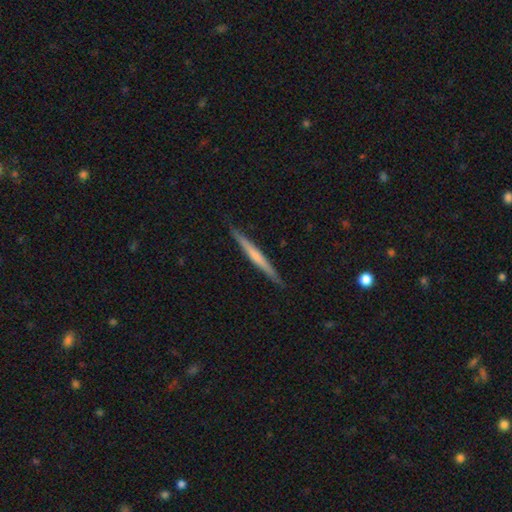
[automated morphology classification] The model was most divided on "smooth or featured": featured or disk: 52%, smooth: 43%, star or artifact: 5%. More confident: edge-on disk — yes (97%); merging — none (90%); edge-on bulge — none (68%).